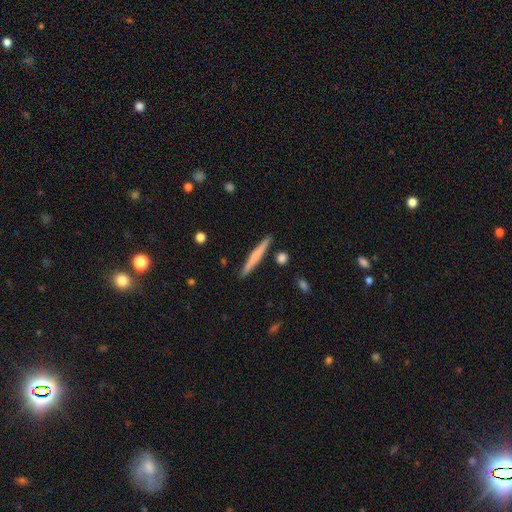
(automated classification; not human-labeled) Morphology: type=smooth (58%); roundness=cigar-shaped (96%); merging=none (90%).